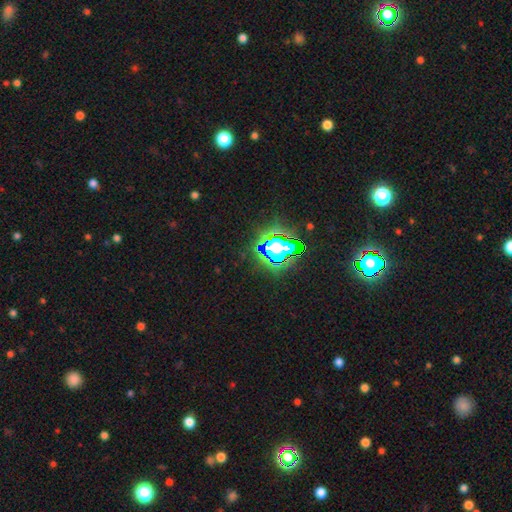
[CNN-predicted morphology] Smooth or featured?
  - star or artifact: 82% *
  - smooth: 11%
  - featured or disk: 7%